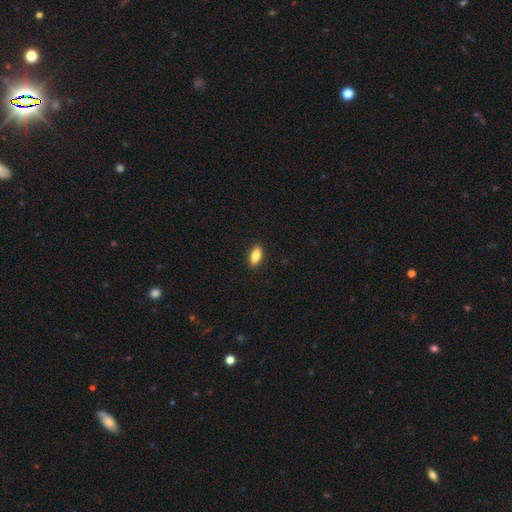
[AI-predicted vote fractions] This appears to be a smooth galaxy with no disk features (83%) that is in between round and cigar-shaped (85%). Merging: none (90%).